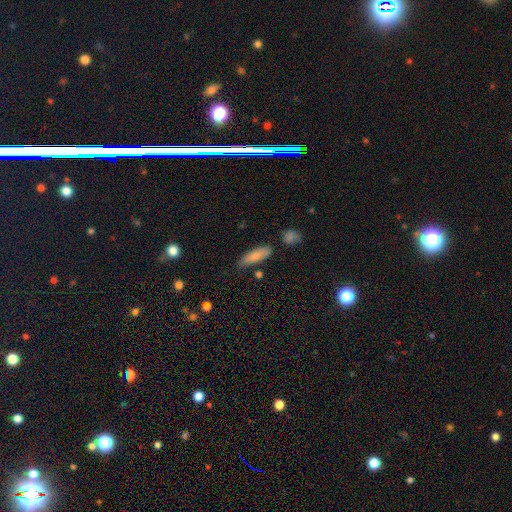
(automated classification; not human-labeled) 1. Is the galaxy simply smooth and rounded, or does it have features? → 81% smooth, 13% featured or disk, 7% star or artifact.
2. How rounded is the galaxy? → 50% in between, 48% cigar-shaped, 2% round.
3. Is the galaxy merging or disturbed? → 70% none, 20% minor disturbance, 5% merger, 4% major disturbance.